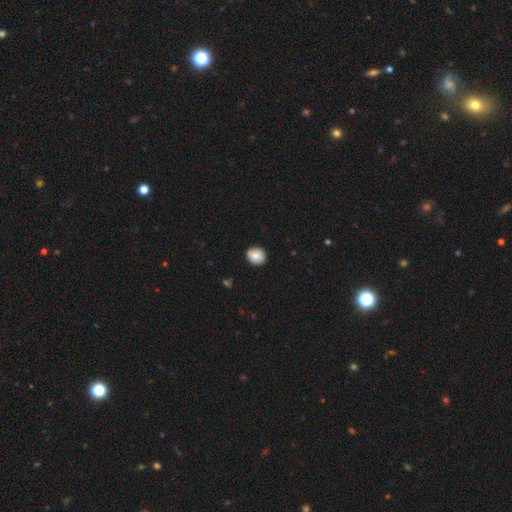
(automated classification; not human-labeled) smooth_or_featured: smooth (p=0.82) [alt: featured or disk p=0.10]
how_rounded: round (p=0.81) [alt: in between p=0.18]
merging: none (p=0.89) [alt: minor disturbance p=0.08]